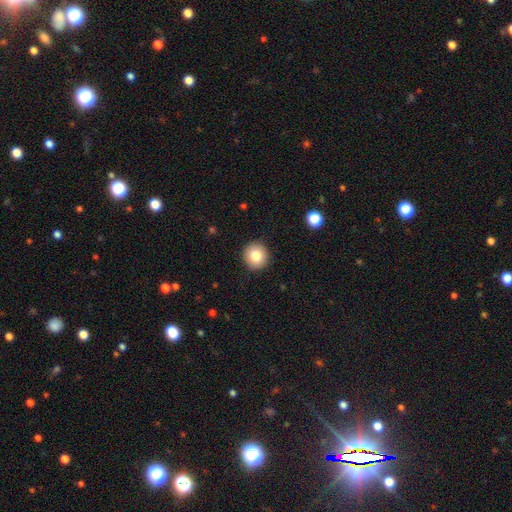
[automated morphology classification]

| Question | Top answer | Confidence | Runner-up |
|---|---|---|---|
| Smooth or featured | smooth | 81% | featured or disk (10%) |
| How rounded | round | 94% | in between (5%) |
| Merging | none | 92% | minor disturbance (5%) |